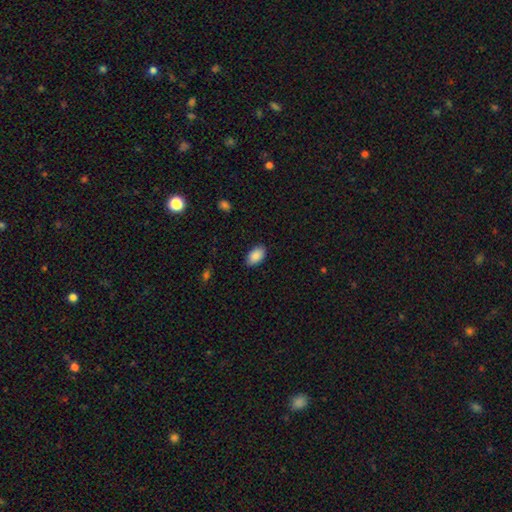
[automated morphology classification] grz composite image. It shows a smooth galaxy with no disk features (89%) that is in between round and cigar-shaped (94%). Merging: none (87%).